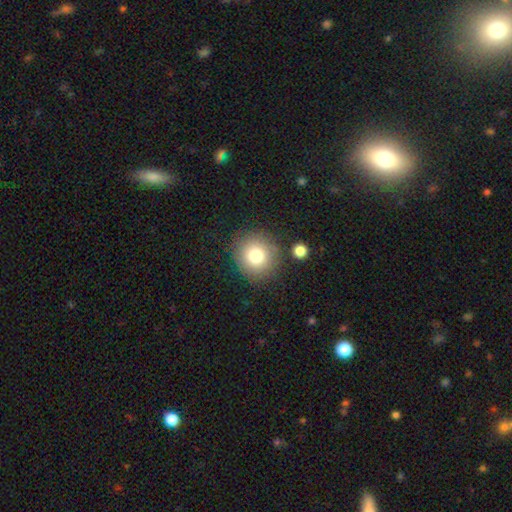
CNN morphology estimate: This appears to be a smooth galaxy with no disk features (78%) that is round (90%). Merging: none (84%).